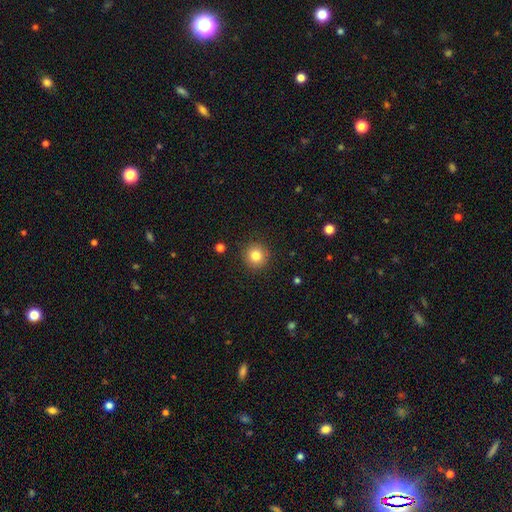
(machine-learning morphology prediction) Smooth or featured: smooth — 82% (star or artifact — 11%)
How rounded: round — 94% (in between — 5%)
Merging: none — 91% (minor disturbance — 6%)